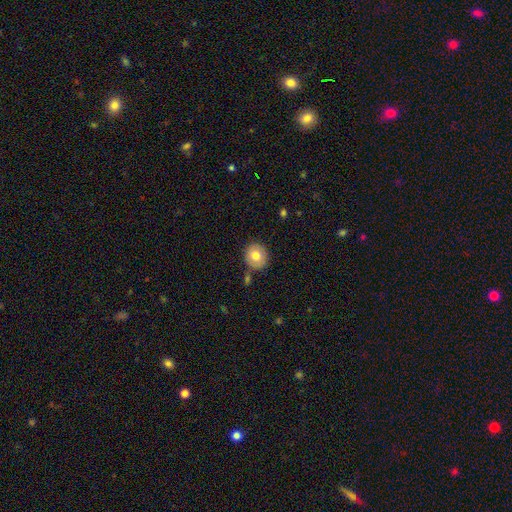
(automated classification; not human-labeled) smooth_or_featured: smooth (p=0.76) [alt: featured or disk p=0.15]
how_rounded: round (p=0.89) [alt: in between p=0.10]
merging: none (p=0.83) [alt: minor disturbance p=0.10]